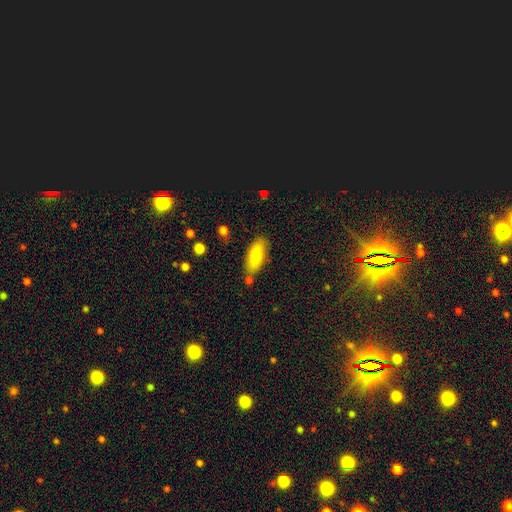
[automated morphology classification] smooth 76%, featured or disk 17%, star or artifact 7%. Down the decision tree: how rounded — in between (80%); merging — none (78%).